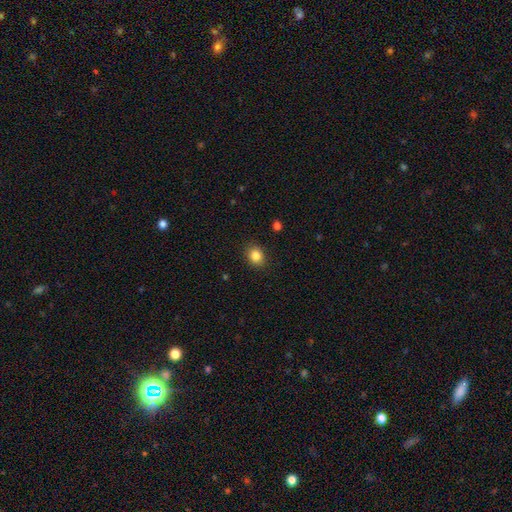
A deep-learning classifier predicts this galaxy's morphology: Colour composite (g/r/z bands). It shows a smooth galaxy with no disk features (84%) that is round (55%). Merging: none (89%).